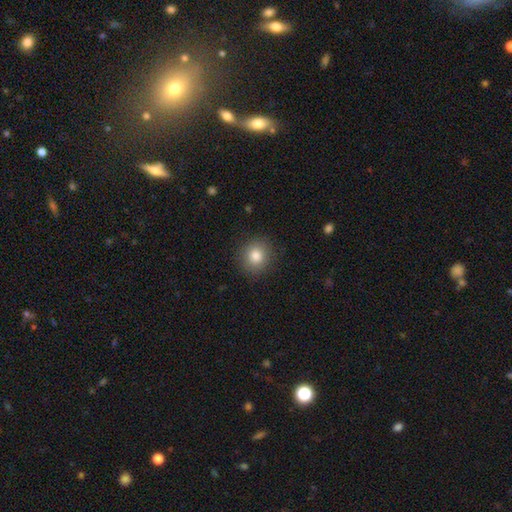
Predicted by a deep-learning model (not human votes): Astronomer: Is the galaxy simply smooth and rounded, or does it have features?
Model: smooth — 83%.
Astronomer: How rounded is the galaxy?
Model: round — 84%.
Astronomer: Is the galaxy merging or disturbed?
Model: none — 89%.